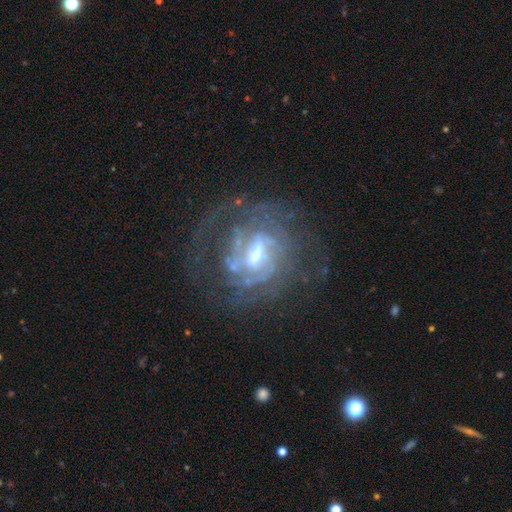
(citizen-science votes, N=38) smooth-or-featured: featured or disk: 89% | smooth: 8% | star or artifact: 3%
  disk-edge-on: no: 100% | yes: 0%
    bar: weak: 53% | strong: 26% | no: 21%
    has-spiral-arms: yes: 94% | no: 6%
      spiral-winding: tight: 47% | medium: 44% | loose: 9%
      spiral-arm-count: can't tell: 41% | 3: 31% | 2: 19% | 4: 6% | 1: 3% | more than 4: 0%
    bulge-size: small: 47% | moderate: 41% | none: 12% | dominant: 0% | large: 0%
  merging: none: 59% | minor disturbance: 22% | major disturbance: 16% | merger: 3%